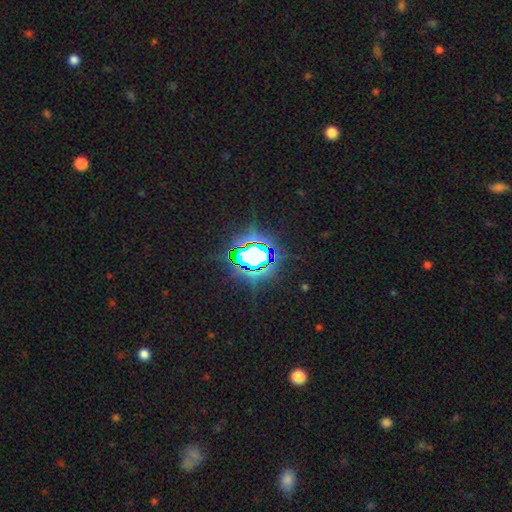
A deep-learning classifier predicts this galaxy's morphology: The model was most divided on "smooth or featured": star or artifact: 75%, smooth: 14%, featured or disk: 11%.